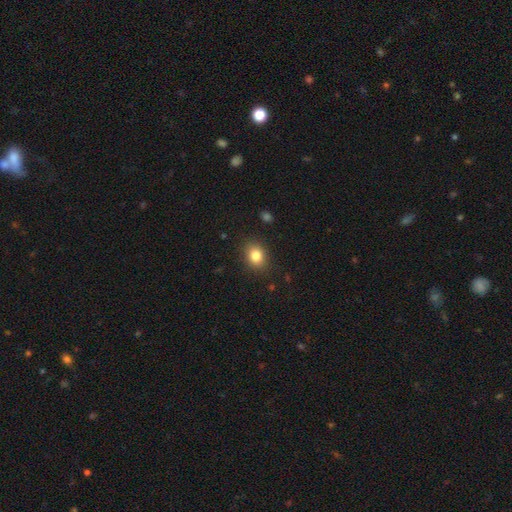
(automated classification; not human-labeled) Morphology: type=smooth (83%); roundness=in between (55%); merging=none (87%).